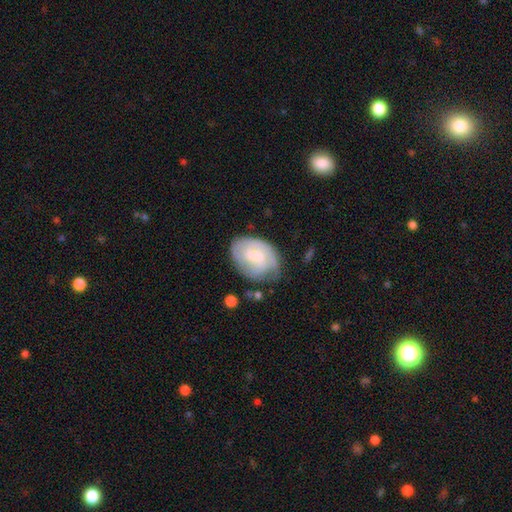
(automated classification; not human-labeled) Smooth or featured?
  - featured or disk: 58% *
  - smooth: 36%
  - star or artifact: 6%
Edge-on disk?
  - no: 97% *
  - yes: 3%
Bar?
  - weak: 51% *
  - no: 39%
  - strong: 10%
Spiral arms?
  - yes: 82% *
  - no: 18%
Bulge size?
  - small: 44% *
  - moderate: 37%
  - none: 12%
  - large: 5%
  - dominant: 1%
Merging?
  - none: 60% *
  - minor disturbance: 27%
  - major disturbance: 10%
  - merger: 3%